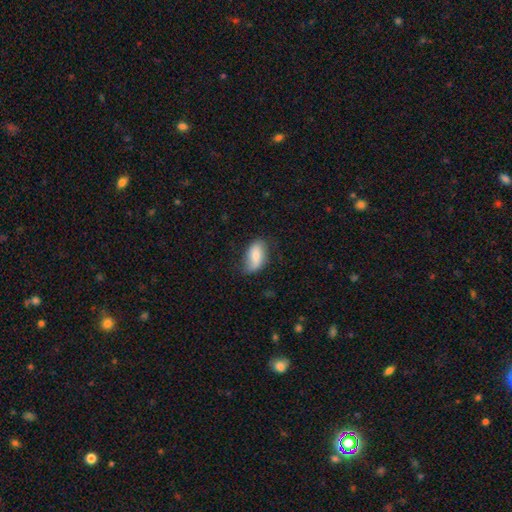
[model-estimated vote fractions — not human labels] This appears to be a smooth galaxy with no disk features (70%) that is in between round and cigar-shaped (92%). Merging: none (63%).